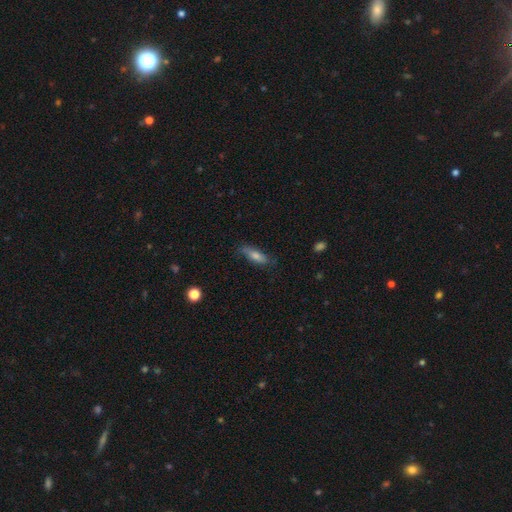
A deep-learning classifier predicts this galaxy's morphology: Smooth or featured? Predicted: smooth (p=0.54). How rounded? Predicted: cigar-shaped (p=0.56). Merging? Predicted: none (p=0.76).